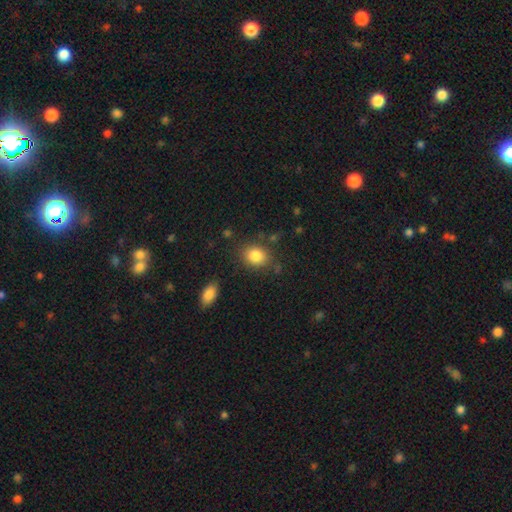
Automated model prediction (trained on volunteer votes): This is clearly a smooth galaxy (84%). How rounded: possibly round (50%). Merging: likely none (80%).